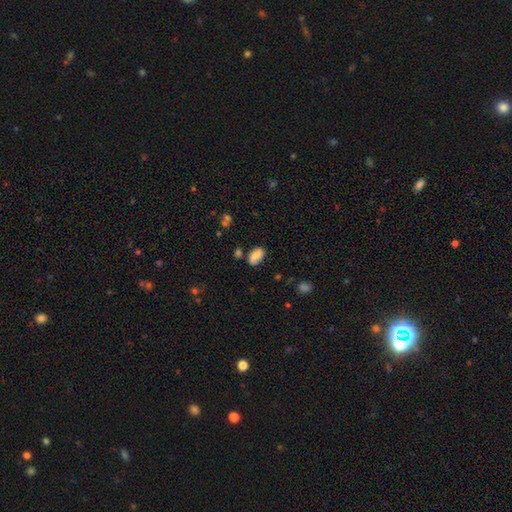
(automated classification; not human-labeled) smooth_or_featured: smooth (p=0.81) [alt: featured or disk p=0.11]
how_rounded: in between (p=0.92) [alt: round p=0.06]
merging: none (p=0.74) [alt: minor disturbance p=0.17]